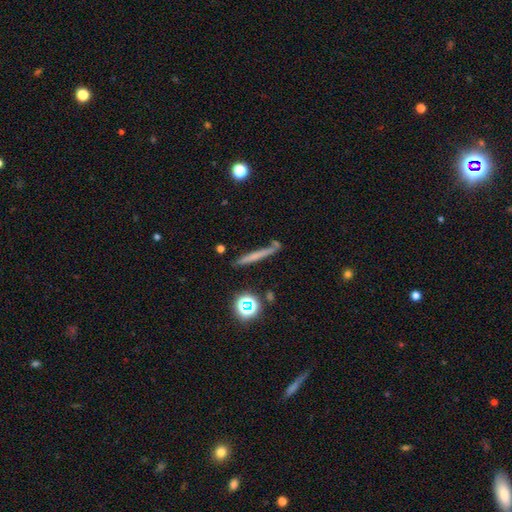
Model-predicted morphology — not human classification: Smooth or featured?
  - smooth: 54% *
  - featured or disk: 34%
  - star or artifact: 12%
How rounded?
  - cigar-shaped: 92% *
  - in between: 4%
  - round: 4%
Merging?
  - none: 78% *
  - minor disturbance: 13%
  - merger: 5%
  - major disturbance: 4%